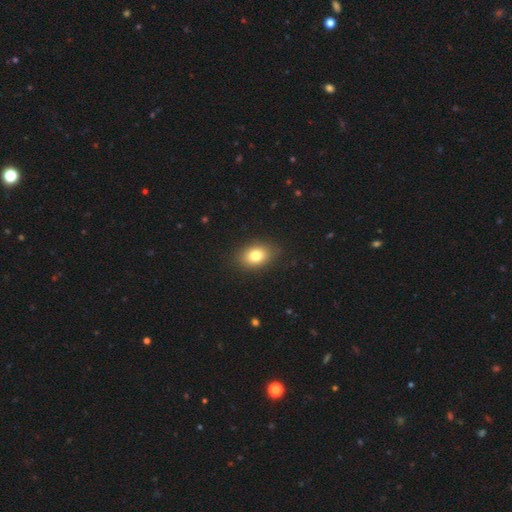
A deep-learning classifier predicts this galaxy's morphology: A smooth galaxy with no disk features (80%) that is in between round and cigar-shaped (75%).

Vote fractions:
- Smooth or featured? smooth: 80% / featured or disk: 11% / star or artifact: 10%
- How rounded? in between: 75% / round: 23% / cigar-shaped: 1%
- Merging? none: 86% / minor disturbance: 10% / major disturbance: 3% / merger: 1%